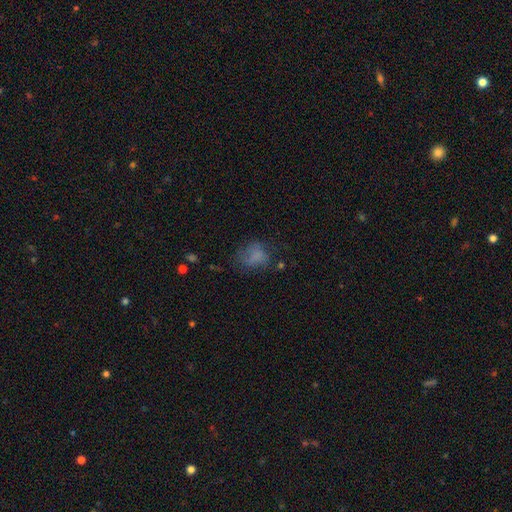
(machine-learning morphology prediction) smooth 64%, featured or disk 20%, star or artifact 15%. Down the decision tree: how rounded — in between (55%); merging — none (45%).